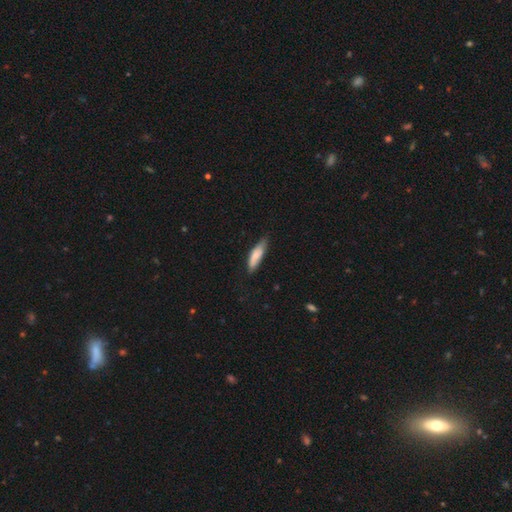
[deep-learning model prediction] Smooth or featured? smooth (67%)
How rounded? in between (49%, tied with cigar-shaped)
Merging? none (66%)